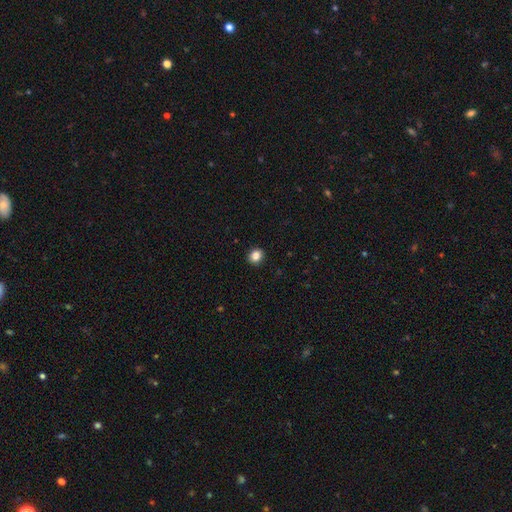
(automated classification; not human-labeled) Overall: smooth (86%). How rounded: round (75%). Merging: none (91%).